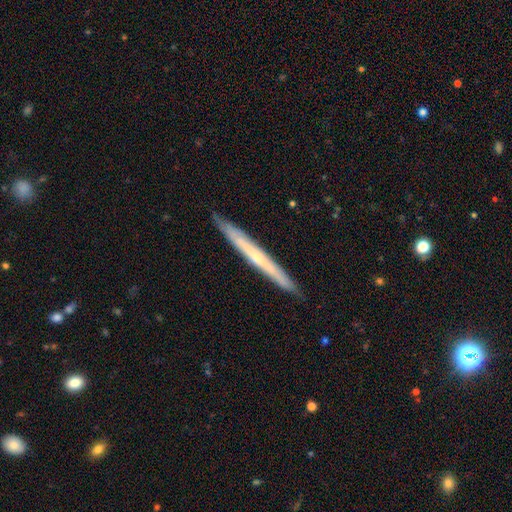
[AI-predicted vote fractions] Overall: featured or disk (59%; smooth 35%). Edge-on disk: yes (95%). Edge-on bulge: none (57%; rounded 40%). Merging: none (90%).